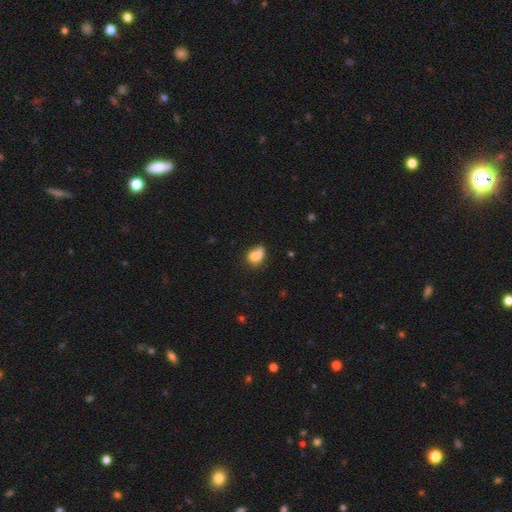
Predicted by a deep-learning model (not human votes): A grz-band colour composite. It shows a smooth galaxy with no disk features (68%) that is in between round and cigar-shaped (61%). Merging: merger (45%).